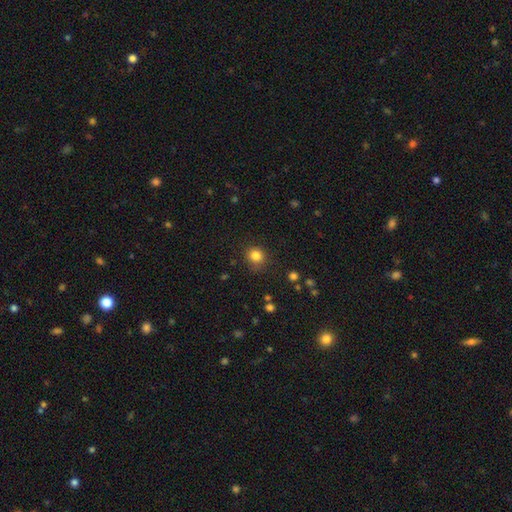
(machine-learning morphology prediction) smooth-or-featured: smooth: 83% | star or artifact: 12% | featured or disk: 5%
  how-rounded: round: 86% | in between: 13% | cigar-shaped: 1%
  merging: none: 83% | minor disturbance: 12% | major disturbance: 4% | merger: 2%